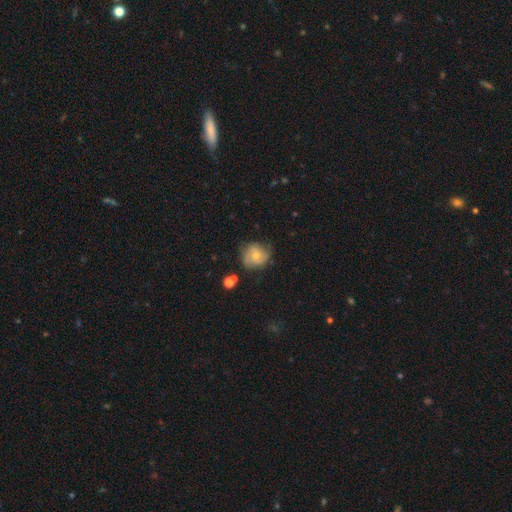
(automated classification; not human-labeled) Smooth or featured?
  - smooth: 51% *
  - featured or disk: 40%
  - star or artifact: 9%
How rounded?
  - round: 78% *
  - in between: 21%
  - cigar-shaped: 1%
Merging?
  - none: 60% *
  - minor disturbance: 28%
  - major disturbance: 9%
  - merger: 3%